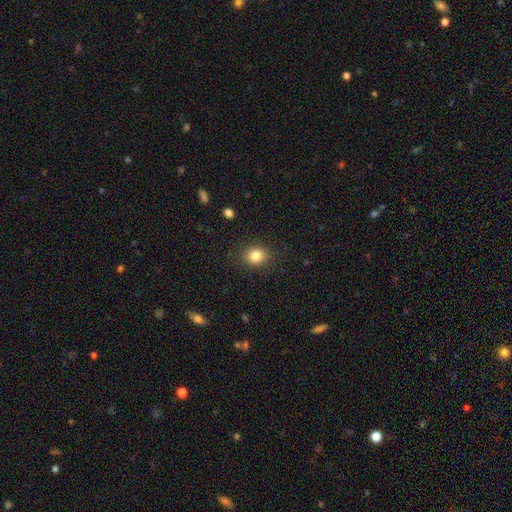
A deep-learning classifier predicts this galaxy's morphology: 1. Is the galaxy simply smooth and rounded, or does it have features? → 83% smooth, 11% star or artifact, 6% featured or disk.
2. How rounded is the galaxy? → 67% round, 33% in between, 1% cigar-shaped.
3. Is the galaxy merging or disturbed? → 88% none, 9% minor disturbance, 3% major disturbance, 1% merger.